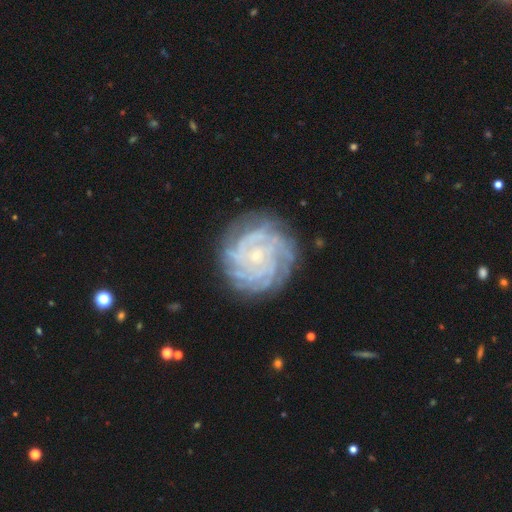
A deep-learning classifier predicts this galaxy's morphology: featured or disk 87%, smooth 6%, star or artifact 6%. Down the decision tree: edge-on disk — no (98%); bar — no (77%); spiral arms — yes (98%); spiral arm count — more than 4 (25%); spiral winding — tight (83%); bulge size — small (83%); merging — none (83%).